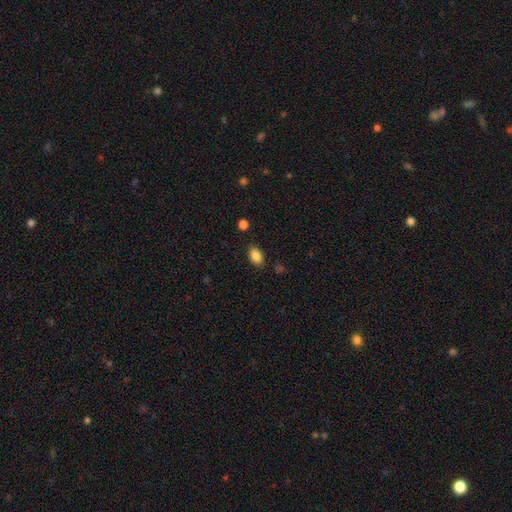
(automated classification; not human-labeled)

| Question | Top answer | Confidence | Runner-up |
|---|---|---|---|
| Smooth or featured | smooth | 86% | star or artifact (9%) |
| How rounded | in between | 87% | round (12%) |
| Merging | none | 85% | minor disturbance (10%) |